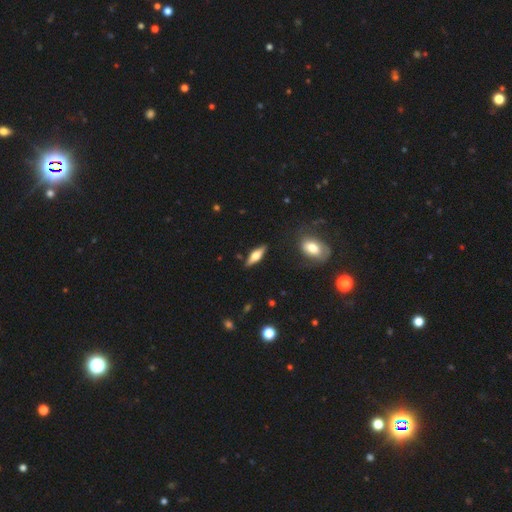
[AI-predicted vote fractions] Smooth or featured? featured or disk (54%)
Edge-on disk? yes (93%)
Merging? none (87%)